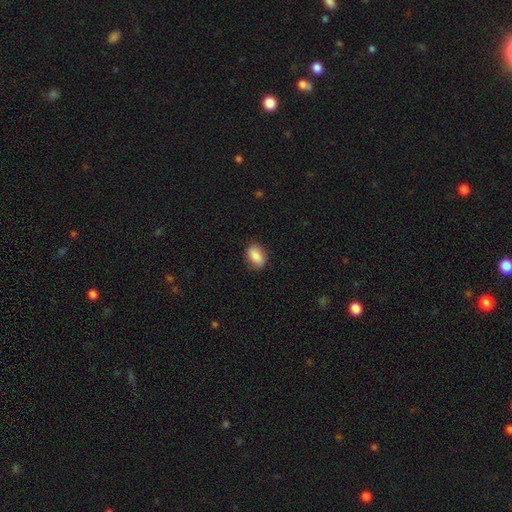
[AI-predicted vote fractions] smooth_or_featured: smooth (p=0.86) [alt: star or artifact p=0.07]
how_rounded: in between (p=0.86) [alt: round p=0.12]
merging: none (p=0.85) [alt: minor disturbance p=0.12]